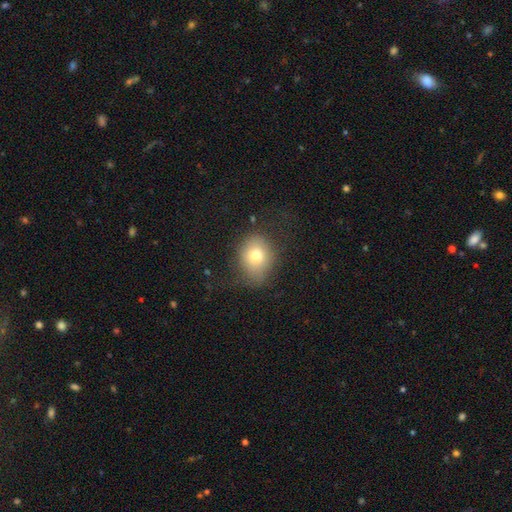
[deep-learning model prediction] smooth_or_featured: smooth (p=0.74) [alt: featured or disk p=0.14]
how_rounded: round (p=0.65) [alt: in between p=0.34]
merging: none (p=0.65) [alt: minor disturbance p=0.22]